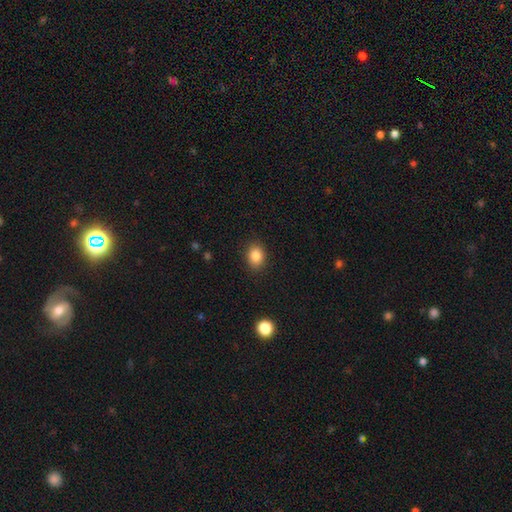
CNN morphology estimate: Q: Smooth or featured?
A: smooth (85%); runner-up: star or artifact (10%)
Q: How rounded?
A: in between (58%); runner-up: round (41%)
Q: Merging?
A: none (88%); runner-up: minor disturbance (9%)